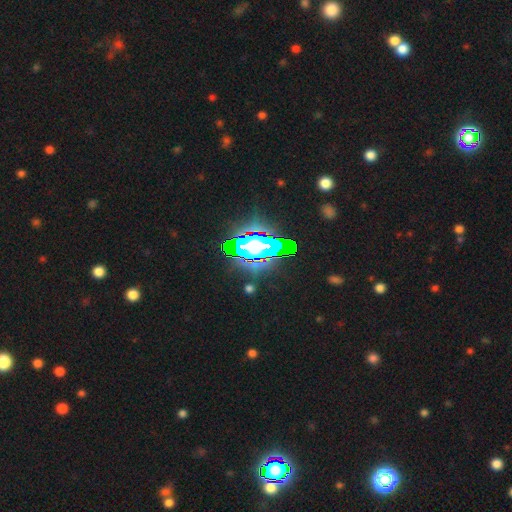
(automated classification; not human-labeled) Overall: star or artifact (77%).